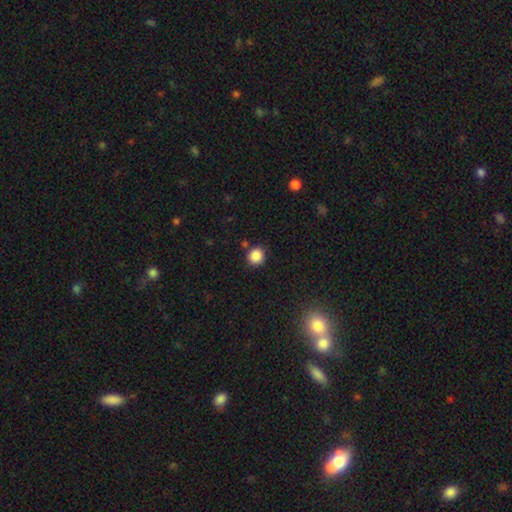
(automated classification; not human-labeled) Smooth or featured: smooth — 86% (star or artifact — 10%)
How rounded: round — 90% (in between — 9%)
Merging: none — 85% (minor disturbance — 9%)